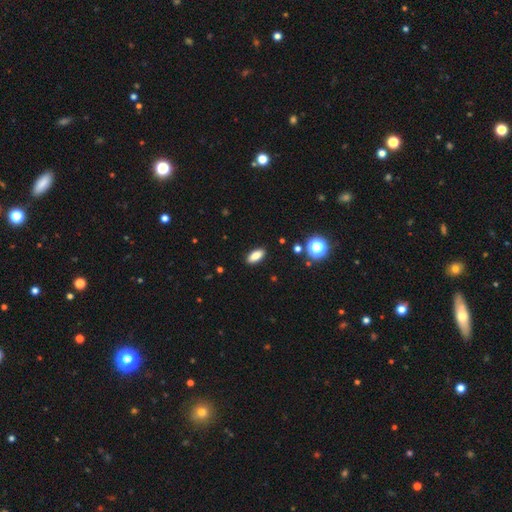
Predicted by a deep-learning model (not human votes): smooth_or_featured: smooth (p=0.83) [alt: star or artifact p=0.10]
how_rounded: in between (p=0.85) [alt: cigar-shaped p=0.11]
merging: none (p=0.90) [alt: minor disturbance p=0.07]